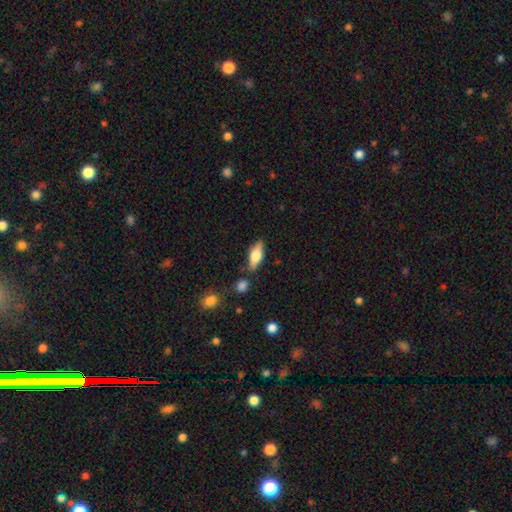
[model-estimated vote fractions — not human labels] A smooth galaxy with no disk features (56%) that is in between round and cigar-shaped (68%).

Vote fractions:
- Smooth or featured? smooth: 56% / featured or disk: 37% / star or artifact: 7%
- How rounded? in between: 68% / cigar-shaped: 29% / round: 3%
- Merging? none: 79% / minor disturbance: 13% / merger: 5% / major disturbance: 3%